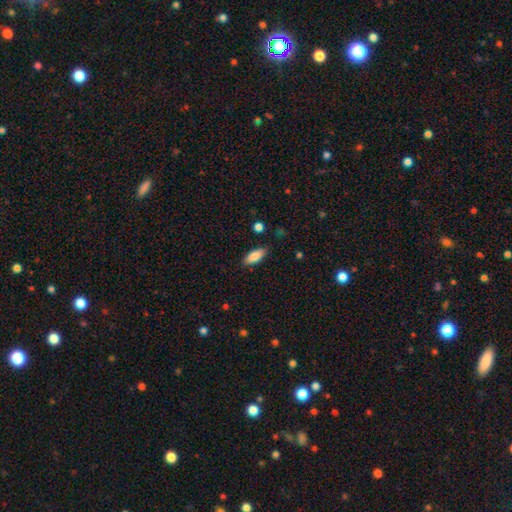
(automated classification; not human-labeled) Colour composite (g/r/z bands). It shows a smooth galaxy with no disk features (85%) that is in between round and cigar-shaped (78%). Merging: none (87%).